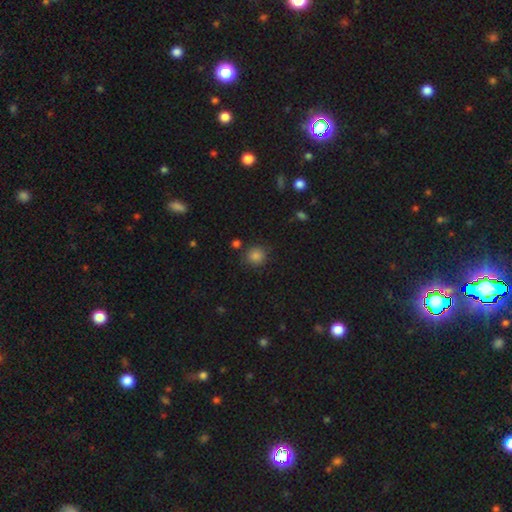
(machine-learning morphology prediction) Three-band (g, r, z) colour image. It shows a smooth galaxy with no disk features (85%) that is round (89%). Merging: none (83%).